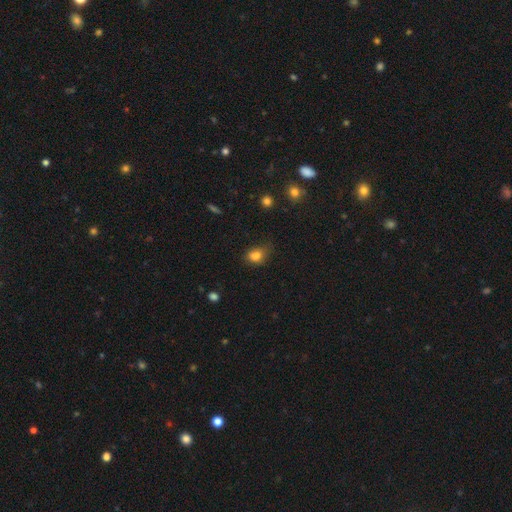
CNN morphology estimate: This is clearly a smooth galaxy (81%). How rounded: likely in between (61%). Merging: possibly none (49%).